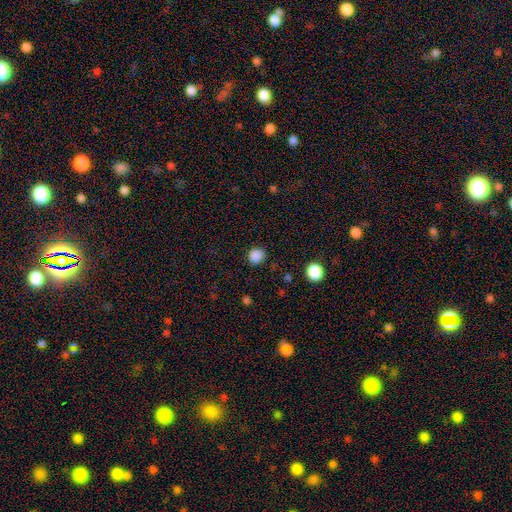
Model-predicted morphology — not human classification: type=smooth (86%); roundness=round (87%); merging=none (87%).